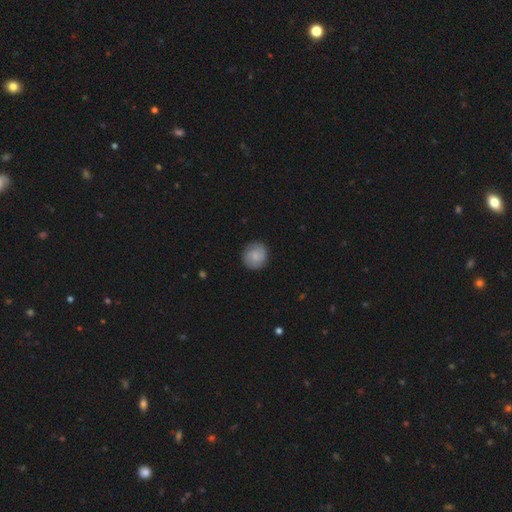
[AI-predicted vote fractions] smooth 59%, featured or disk 34%, star or artifact 7%. Down the decision tree: how rounded — round (89%); merging — none (87%).